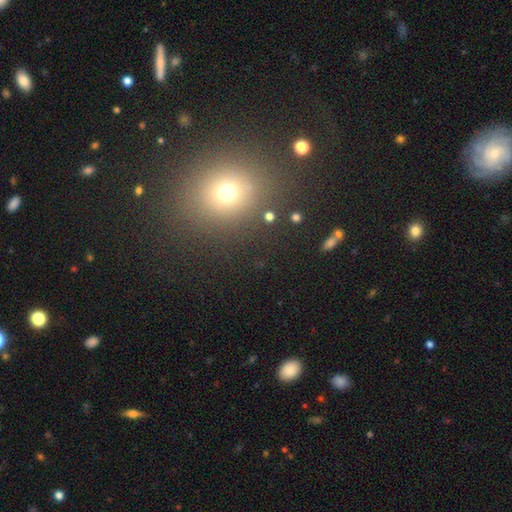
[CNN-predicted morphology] A smooth galaxy with no disk features (58%) that is round (70%). Merging: none (88%).